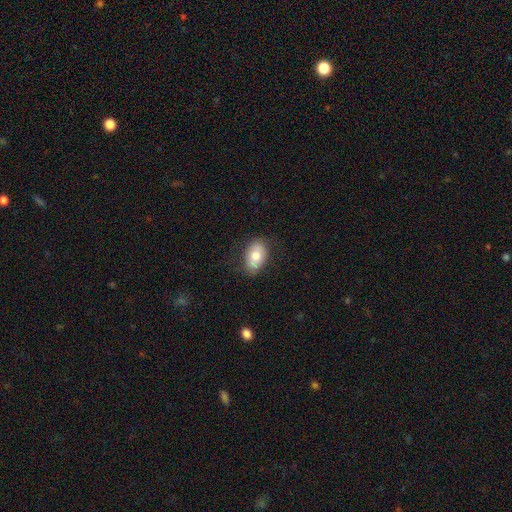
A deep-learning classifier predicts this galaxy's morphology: smooth_or_featured: smooth (p=0.75) [alt: featured or disk p=0.18]
how_rounded: in between (p=0.88) [alt: round p=0.11]
merging: none (p=0.79) [alt: minor disturbance p=0.15]